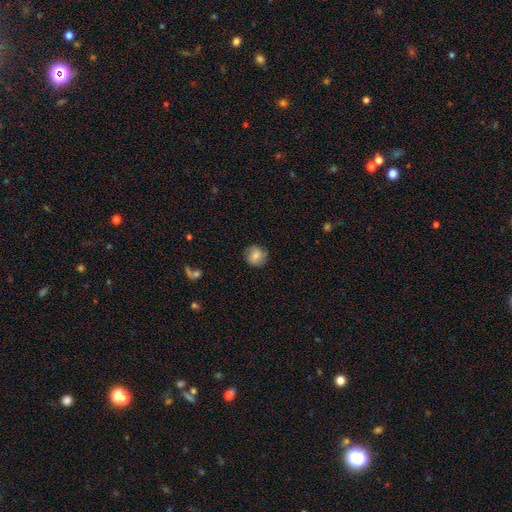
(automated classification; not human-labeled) Q: Smooth or featured?
A: smooth (78%); runner-up: featured or disk (13%)
Q: How rounded?
A: round (87%); runner-up: in between (12%)
Q: Merging?
A: none (82%); runner-up: minor disturbance (13%)